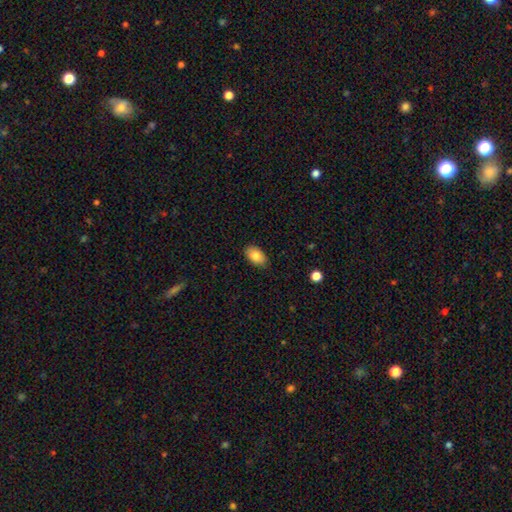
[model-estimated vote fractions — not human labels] Smooth or featured: smooth — 84% (featured or disk — 9%)
How rounded: in between — 92% (round — 6%)
Merging: none — 87% (minor disturbance — 10%)